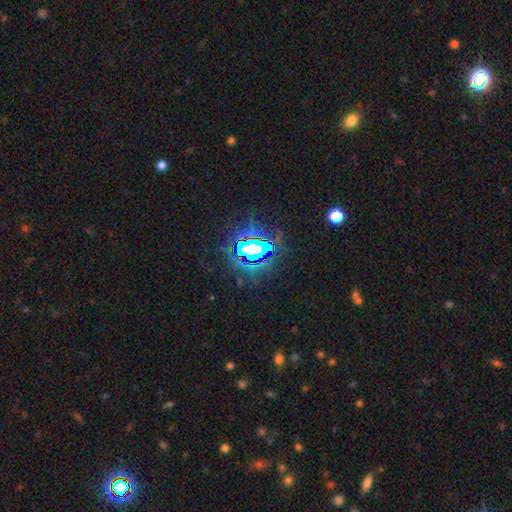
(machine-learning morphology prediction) Q: Smooth or featured?
A: star or artifact (81%); runner-up: smooth (11%)